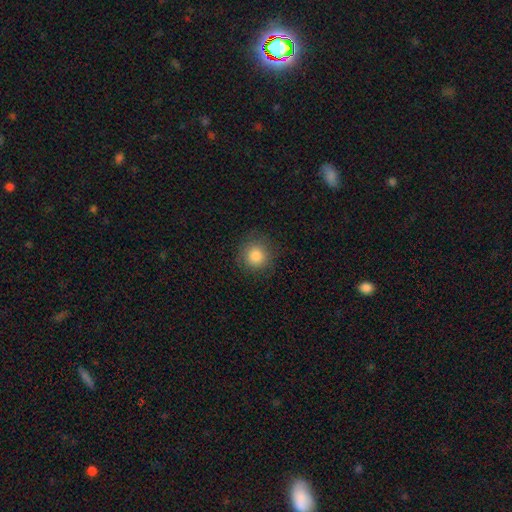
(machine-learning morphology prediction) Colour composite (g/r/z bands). It shows a smooth galaxy with no disk features (84%) that is round (93%). Merging: none (86%).